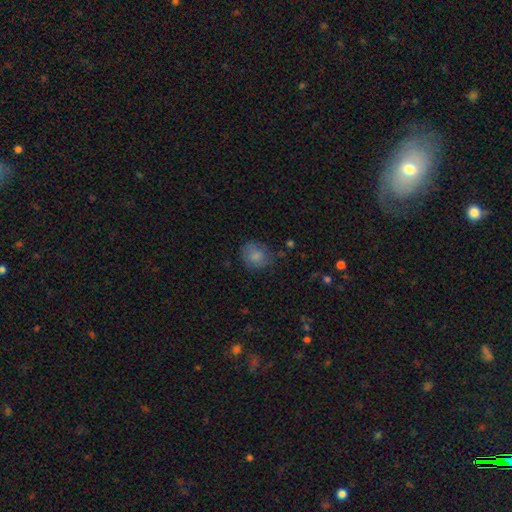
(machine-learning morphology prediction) A smooth galaxy with no disk features (82%) that is round (70%).

Vote fractions:
- Smooth or featured? smooth: 82% / featured or disk: 9% / star or artifact: 9%
- How rounded? round: 70% / in between: 29% / cigar-shaped: 1%
- Merging? none: 71% / minor disturbance: 21% / major disturbance: 6% / merger: 2%